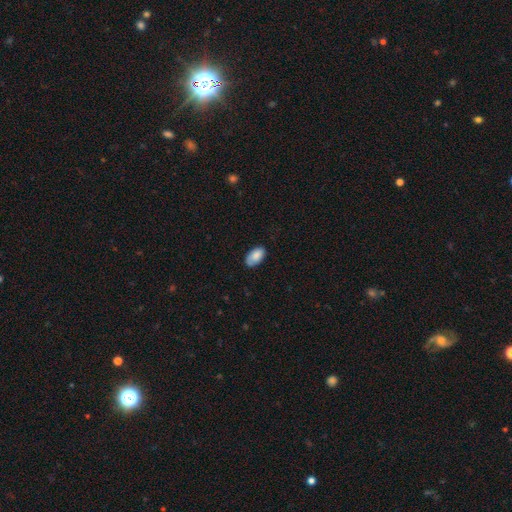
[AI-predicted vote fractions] A smooth galaxy with no disk features (82%) that is in between round and cigar-shaped (95%). Merging: none (73%).